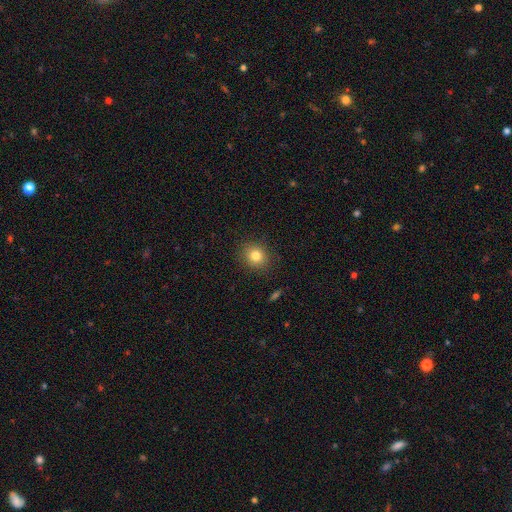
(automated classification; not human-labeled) Smooth or featured? smooth (81%)
How rounded? round (78%)
Merging? none (89%)